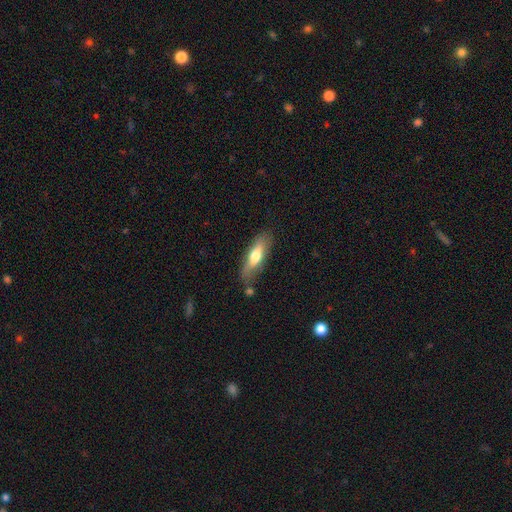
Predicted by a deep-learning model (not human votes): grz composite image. It shows a smooth galaxy with no disk features (59%) that is cigar-shaped (56%). Merging: none (69%).